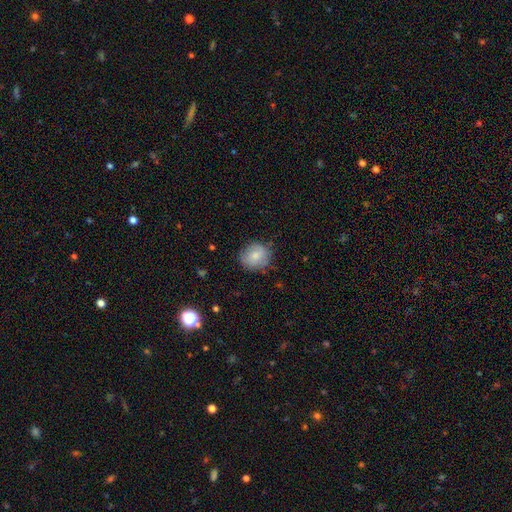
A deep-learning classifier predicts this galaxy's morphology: smooth_or_featured: smooth (p=0.76) [alt: featured or disk p=0.16]
how_rounded: round (p=0.80) [alt: in between p=0.19]
merging: none (p=0.75) [alt: minor disturbance p=0.20]